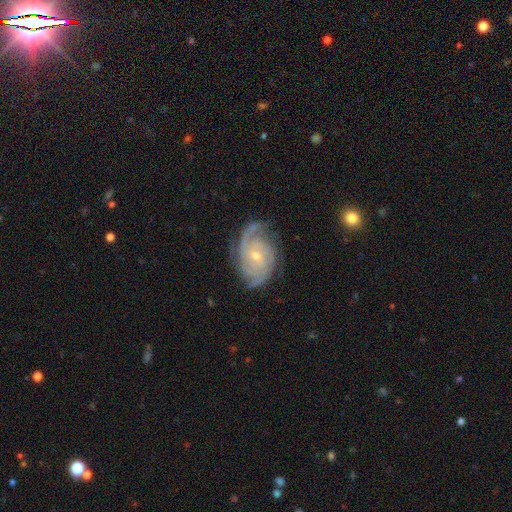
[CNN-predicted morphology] Smooth or featured? Predicted: featured or disk (p=0.89). Edge-on disk? Predicted: no (p=0.97). Bar? Predicted: no (p=0.67). Spiral arms? Predicted: yes (p=0.98). Spiral winding? Predicted: tight (p=0.63). Spiral arm count? Predicted: 3 (p=0.31). Bulge size? Predicted: small (p=0.67). Merging? Predicted: none (p=0.73).